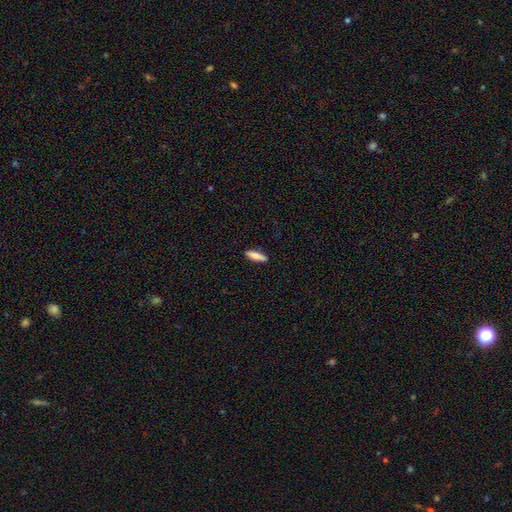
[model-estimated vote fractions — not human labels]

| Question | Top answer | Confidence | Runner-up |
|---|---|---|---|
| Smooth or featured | smooth | 84% | featured or disk (10%) |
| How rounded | cigar-shaped | 67% | in between (31%) |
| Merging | none | 89% | minor disturbance (8%) |